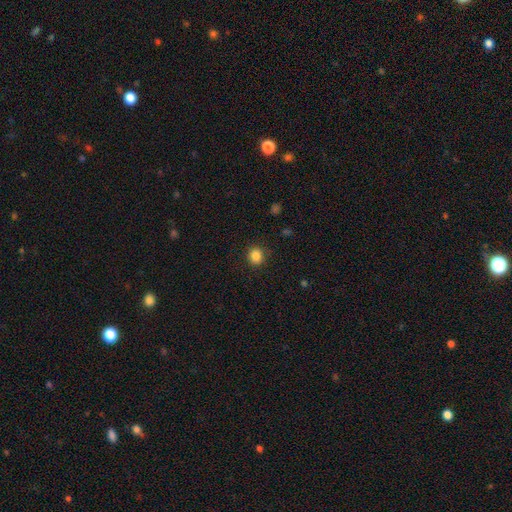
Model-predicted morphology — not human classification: Overall: smooth (85%). How rounded: round (77%). Merging: none (88%).